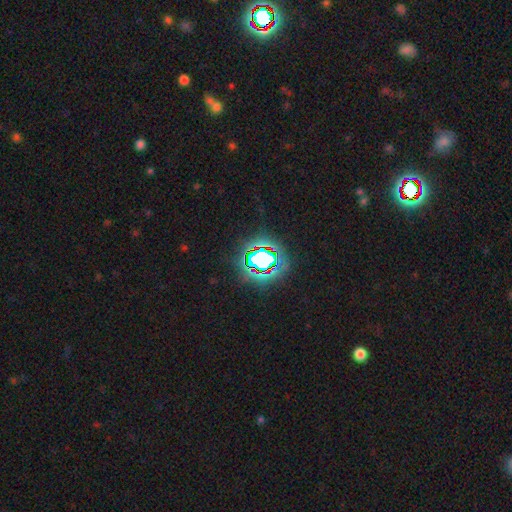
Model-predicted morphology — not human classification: This is likely a star or artifact rather than a galaxy (64%).